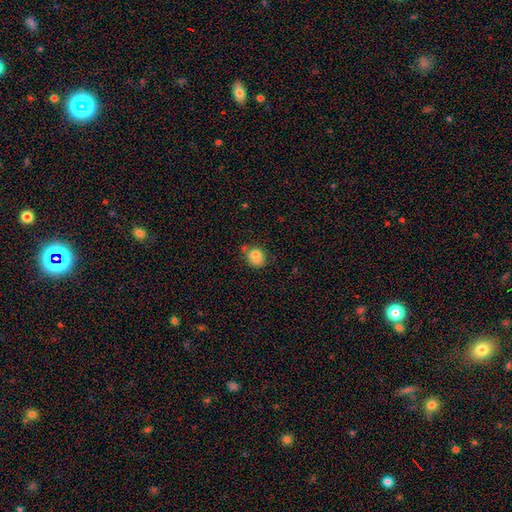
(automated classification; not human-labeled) smooth 81%, star or artifact 10%, featured or disk 9%. Down the decision tree: how rounded — round (63%); merging — none (61%).